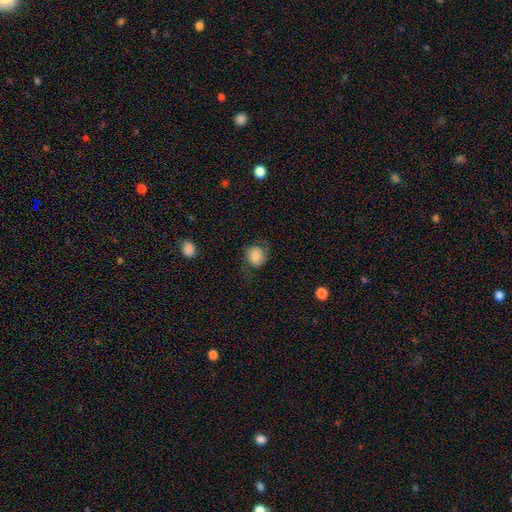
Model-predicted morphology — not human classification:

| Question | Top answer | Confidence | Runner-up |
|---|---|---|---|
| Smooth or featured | smooth | 70% | featured or disk (20%) |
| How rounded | round | 68% | in between (31%) |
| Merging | none | 65% | minor disturbance (21%) |